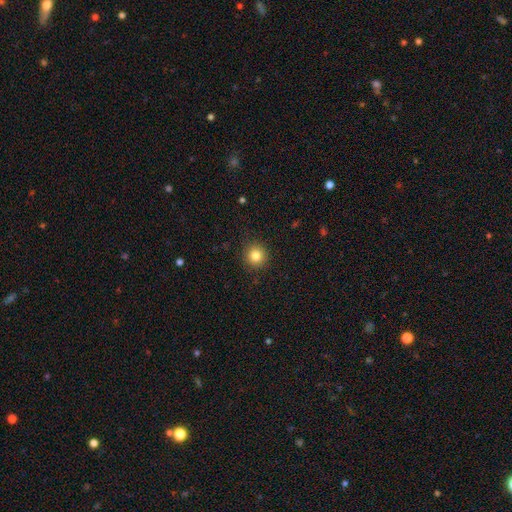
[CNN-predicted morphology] smooth-or-featured: smooth: 83% | star or artifact: 11% | featured or disk: 6%
  how-rounded: round: 92% | in between: 7% | cigar-shaped: 1%
  merging: none: 89% | minor disturbance: 7% | major disturbance: 2% | merger: 1%